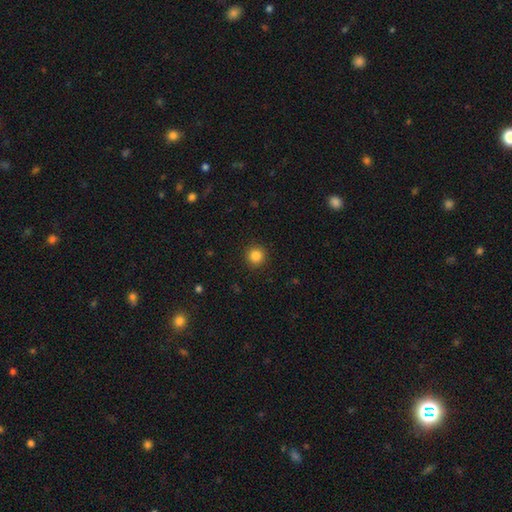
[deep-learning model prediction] Overall: smooth (85%). How rounded: round (95%). Merging: none (92%).